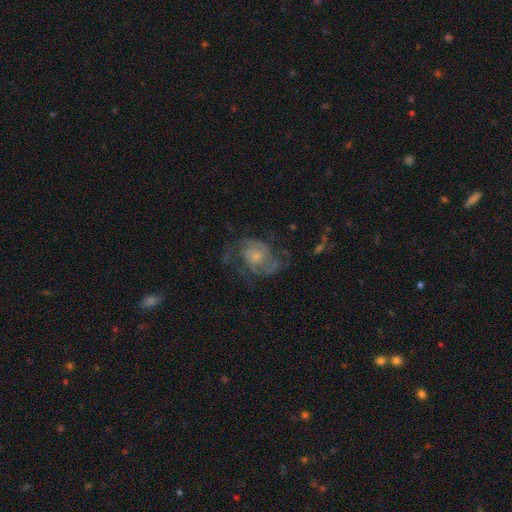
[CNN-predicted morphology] Smooth or featured?
  - featured or disk: 78% *
  - smooth: 15%
  - star or artifact: 7%
Edge-on disk?
  - no: 98% *
  - yes: 2%
Bar?
  - no: 67% *
  - weak: 28%
  - strong: 4%
Spiral arms?
  - yes: 89% *
  - no: 11%
Spiral winding?
  - medium: 50% *
  - tight: 28%
  - loose: 22%
Spiral arm count?
  - 2: 56% *
  - can't tell: 19%
  - 3: 13%
  - 1: 5%
  - 4: 4%
  - more than 4: 4%
Bulge size?
  - small: 58% *
  - moderate: 29%
  - none: 8%
  - large: 4%
  - dominant: 1%
Merging?
  - none: 52% *
  - major disturbance: 26%
  - minor disturbance: 21%
  - merger: 2%